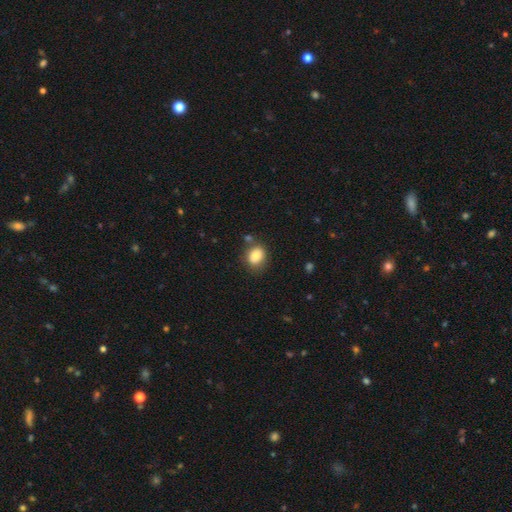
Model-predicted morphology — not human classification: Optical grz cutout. It shows a smooth galaxy with no disk features (83%) that is in between round and cigar-shaped (55%). Merging: none (71%).